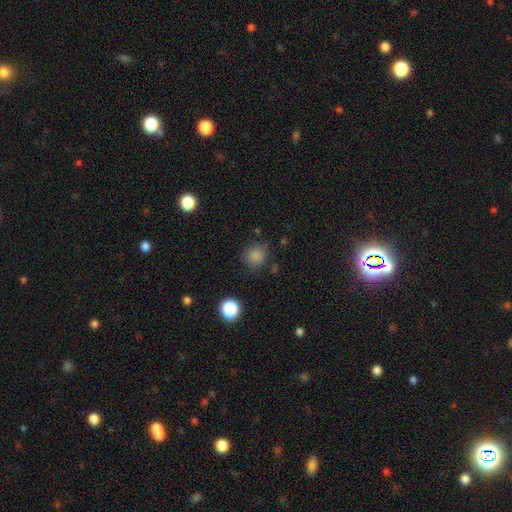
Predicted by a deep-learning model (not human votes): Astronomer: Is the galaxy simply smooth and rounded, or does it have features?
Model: smooth — 83%.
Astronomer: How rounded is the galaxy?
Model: round — 83%.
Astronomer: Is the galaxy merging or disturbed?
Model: none — 76%.